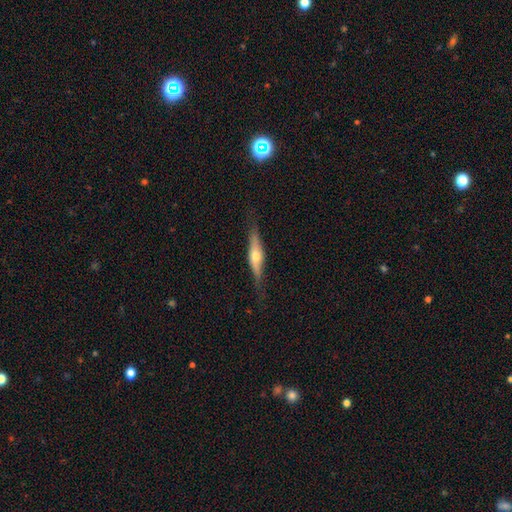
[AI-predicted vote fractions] smooth-or-featured: featured or disk: 63% | smooth: 31% | star or artifact: 6%
  disk-edge-on: yes: 93% | no: 7%
    edge-on-bulge: rounded: 91% | boxy: 5% | none: 4%
  merging: none: 79% | minor disturbance: 15% | major disturbance: 4% | merger: 1%